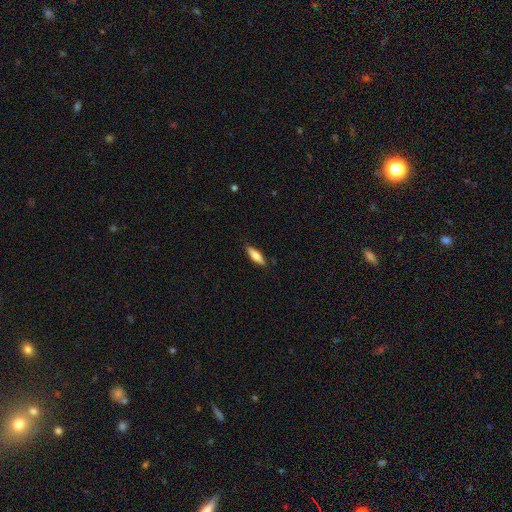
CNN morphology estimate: smooth_or_featured: smooth (p=0.74) [alt: featured or disk p=0.21]
how_rounded: cigar-shaped (p=0.51) [alt: in between p=0.47]
merging: none (p=0.87) [alt: minor disturbance p=0.10]